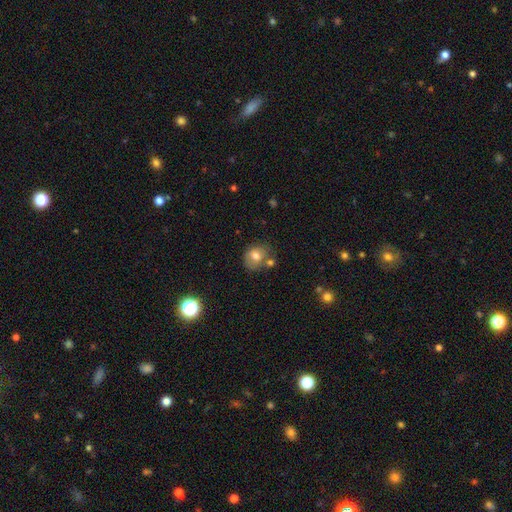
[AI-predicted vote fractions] Smooth or featured: smooth — 72% (featured or disk — 17%)
How rounded: round — 64% (in between — 35%)
Merging: none — 56% (minor disturbance — 19%)